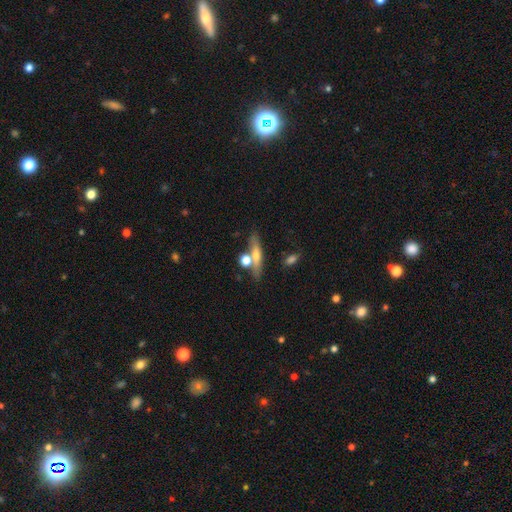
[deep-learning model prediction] A smooth galaxy with no disk features (48%).

Vote fractions:
- Smooth or featured? smooth: 48% / featured or disk: 43% / star or artifact: 9%
- Merging? none: 64% / merger: 20% / minor disturbance: 12% / major disturbance: 4%